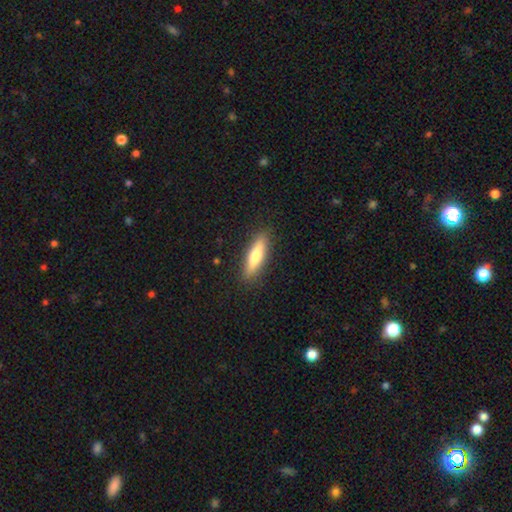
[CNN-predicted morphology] smooth 60%, featured or disk 34%, star or artifact 6%. Down the decision tree: how rounded — cigar-shaped (74%); merging — none (89%).